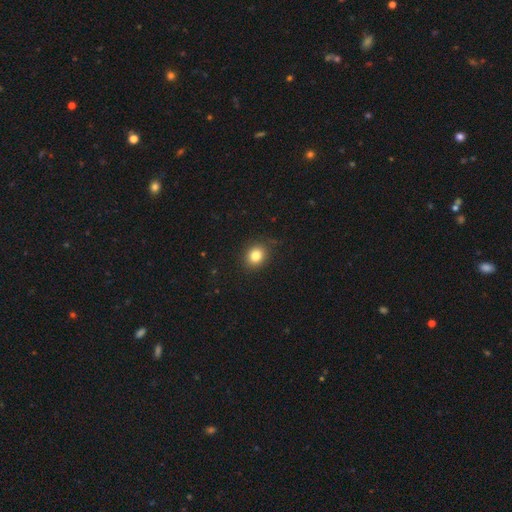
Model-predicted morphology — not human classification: Smooth or featured? smooth (82%)
How rounded? round (66%)
Merging? none (84%)